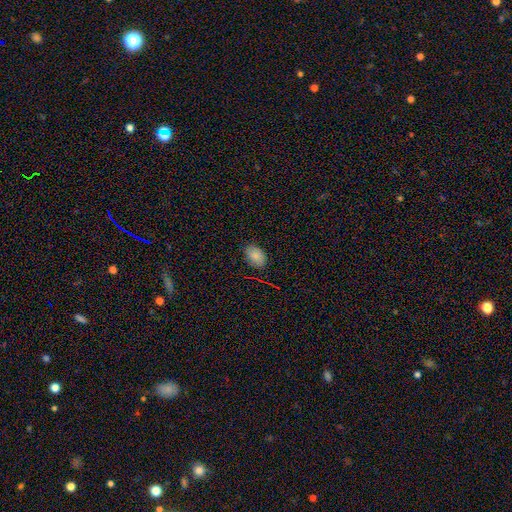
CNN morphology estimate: Smooth or featured? Predicted: smooth (p=0.83). How rounded? Predicted: in between (p=0.85). Merging? Predicted: none (p=0.80).